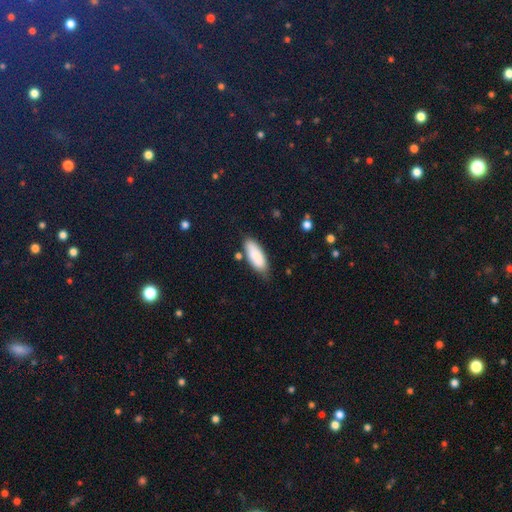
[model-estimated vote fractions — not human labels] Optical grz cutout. It shows a smooth galaxy with no disk features (87%) that is in between round and cigar-shaped (73%). Merging: none (74%).